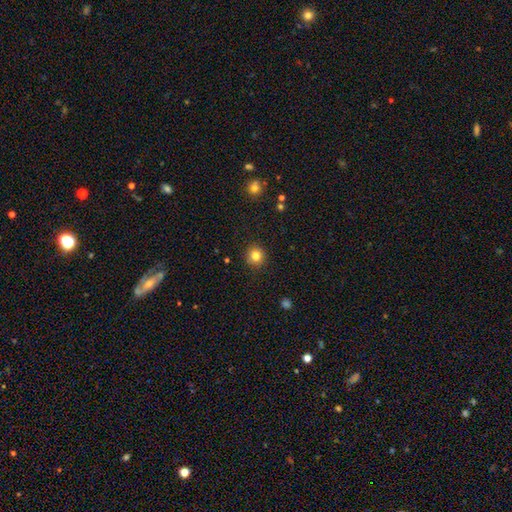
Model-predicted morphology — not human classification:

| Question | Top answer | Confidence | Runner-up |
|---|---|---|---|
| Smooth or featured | smooth | 82% | star or artifact (12%) |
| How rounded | round | 93% | in between (6%) |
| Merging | none | 91% | minor disturbance (6%) |